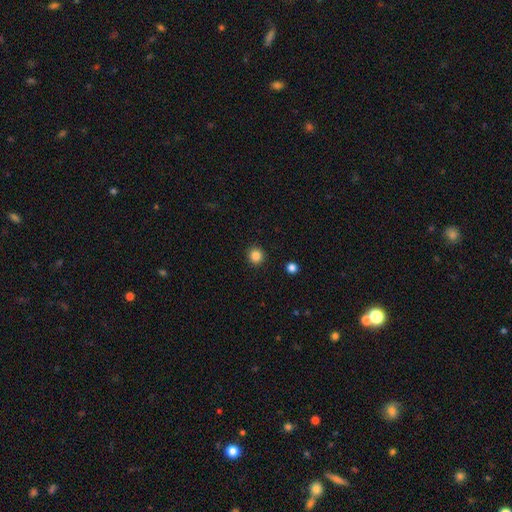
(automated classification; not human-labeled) Smooth or featured?
  - smooth: 86% *
  - star or artifact: 11%
  - featured or disk: 3%
How rounded?
  - round: 93% *
  - in between: 6%
  - cigar-shaped: 1%
Merging?
  - none: 92% *
  - minor disturbance: 5%
  - major disturbance: 2%
  - merger: 1%